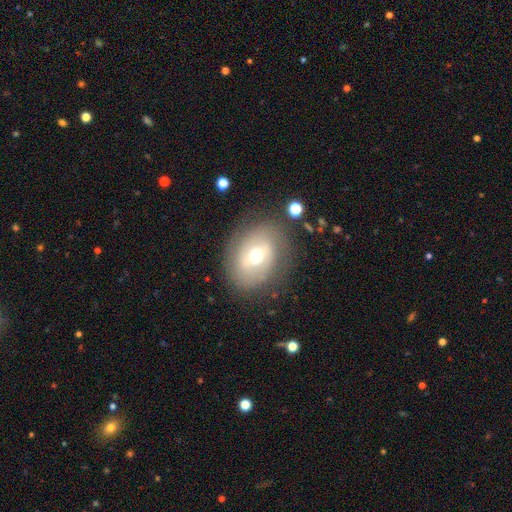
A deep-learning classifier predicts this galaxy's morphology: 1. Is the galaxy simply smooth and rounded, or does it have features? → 48% featured or disk, 43% smooth, 10% star or artifact.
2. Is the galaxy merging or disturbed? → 72% none, 17% minor disturbance, 8% major disturbance, 2% merger.